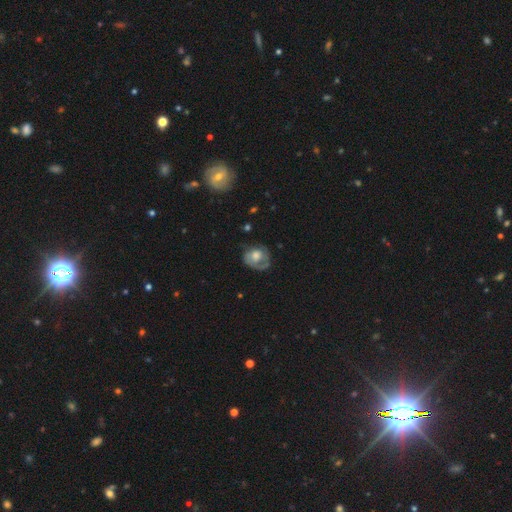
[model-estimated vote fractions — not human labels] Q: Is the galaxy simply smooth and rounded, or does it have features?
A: featured or disk — 49%.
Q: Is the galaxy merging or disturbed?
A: none — 48%.